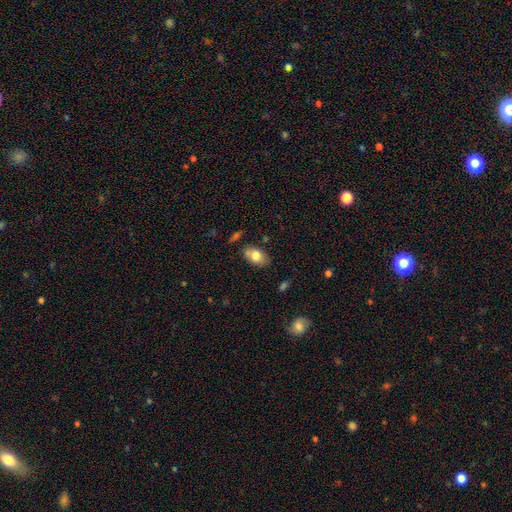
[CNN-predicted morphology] Smooth or featured? Predicted: smooth (p=0.78). How rounded? Predicted: in between (p=0.89). Merging? Predicted: none (p=0.76).